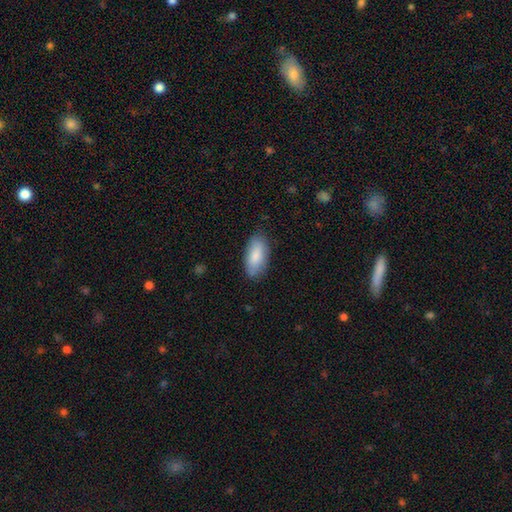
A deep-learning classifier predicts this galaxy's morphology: Q: Smooth or featured?
A: smooth (84%); runner-up: featured or disk (11%)
Q: How rounded?
A: in between (88%); runner-up: cigar-shaped (10%)
Q: Merging?
A: none (81%); runner-up: minor disturbance (15%)